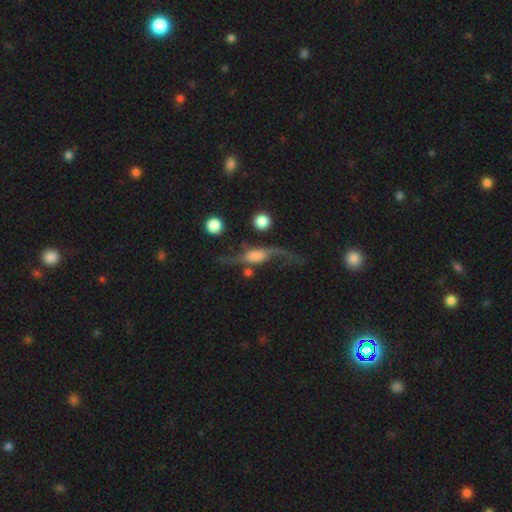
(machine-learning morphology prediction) Smooth or featured? featured or disk (74%)
Edge-on disk? no (68%)
Bar? no (59%)
Spiral arms? yes (88%)
Bulge size? large (26%, tied with none)
Merging? none (45%)